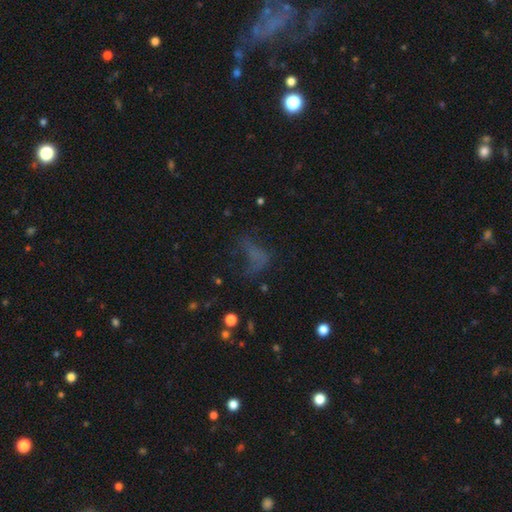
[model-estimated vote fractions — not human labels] Smooth or featured? Predicted: smooth (p=0.42). Merging? Predicted: major disturbance (p=0.41).